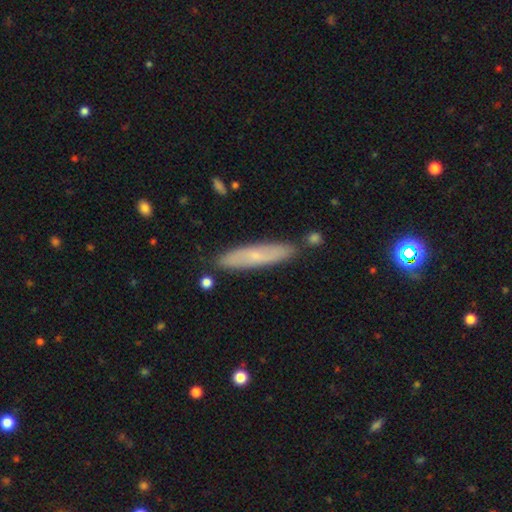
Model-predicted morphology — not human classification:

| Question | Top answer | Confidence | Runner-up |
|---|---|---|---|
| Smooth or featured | smooth | 53% | featured or disk (39%) |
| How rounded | cigar-shaped | 84% | in between (15%) |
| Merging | none | 83% | minor disturbance (12%) |